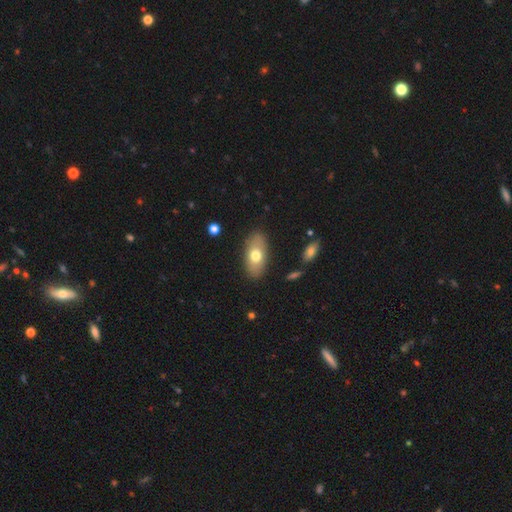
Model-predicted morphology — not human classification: smooth_or_featured: smooth (p=0.69) [alt: featured or disk p=0.25]
how_rounded: in between (p=0.90) [alt: cigar-shaped p=0.05]
merging: none (p=0.86) [alt: minor disturbance p=0.10]